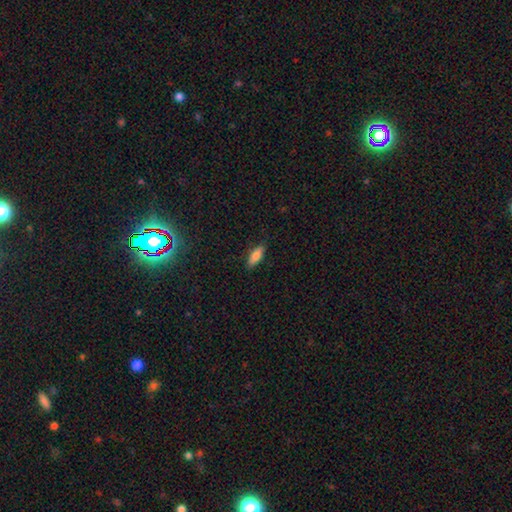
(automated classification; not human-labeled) Q: Smooth or featured?
A: smooth (80%); runner-up: featured or disk (13%)
Q: How rounded?
A: in between (63%); runner-up: cigar-shaped (35%)
Q: Merging?
A: none (85%); runner-up: minor disturbance (12%)